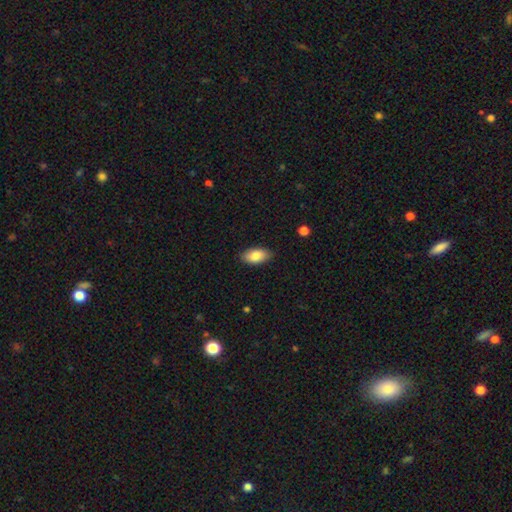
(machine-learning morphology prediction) Smooth or featured: smooth — 85% (featured or disk — 9%)
How rounded: in between — 93% (cigar-shaped — 4%)
Merging: none — 85% (minor disturbance — 11%)